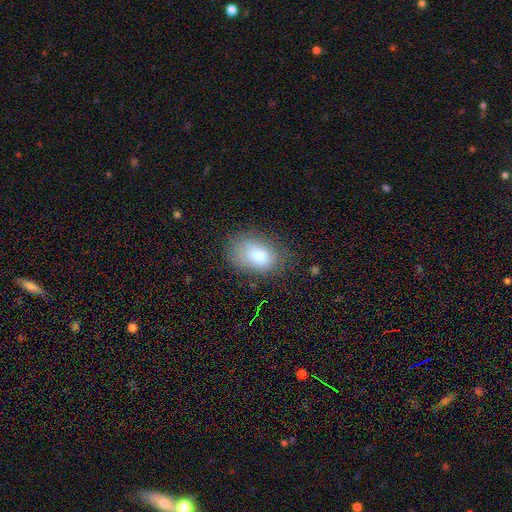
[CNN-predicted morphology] smooth_or_featured: smooth (p=0.82) [alt: featured or disk p=0.10]
how_rounded: in between (p=0.89) [alt: round p=0.09]
merging: none (p=0.67) [alt: minor disturbance p=0.23]